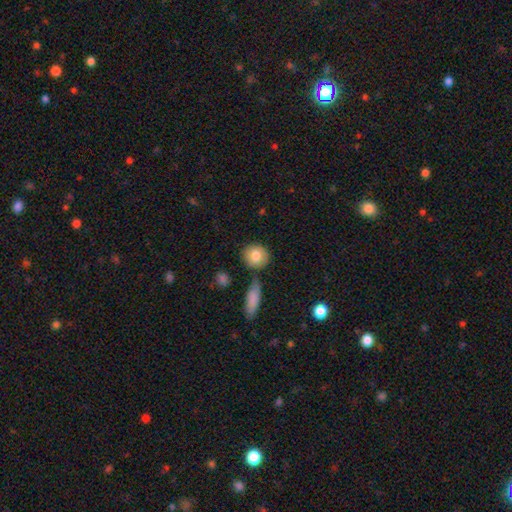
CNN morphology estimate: smooth-or-featured: smooth: 82% | featured or disk: 11% | star or artifact: 7%
  how-rounded: round: 80% | in between: 18% | cigar-shaped: 2%
  merging: none: 76% | minor disturbance: 12% | merger: 9% | major disturbance: 3%